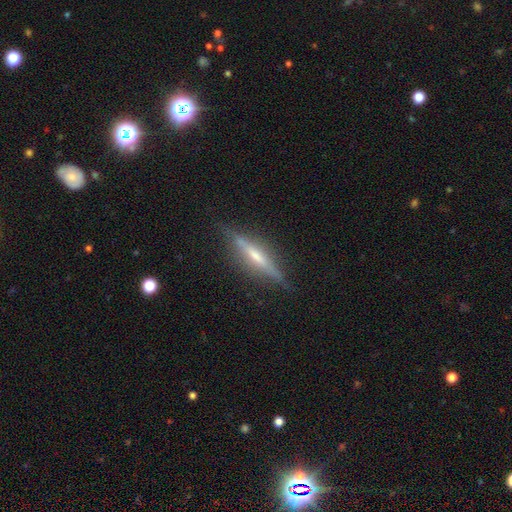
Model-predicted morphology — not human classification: A featured or disk galaxy (72%) viewed edge-on (95%) with a rounded central bulge (59%).

Vote fractions:
- Smooth or featured? featured or disk: 72% / smooth: 21% / star or artifact: 7%
- Edge-on disk? yes: 95% / no: 5%
- Edge-on bulge? rounded: 59% / none: 27% / boxy: 14%
- Merging? none: 84% / minor disturbance: 12% / major disturbance: 3% / merger: 1%